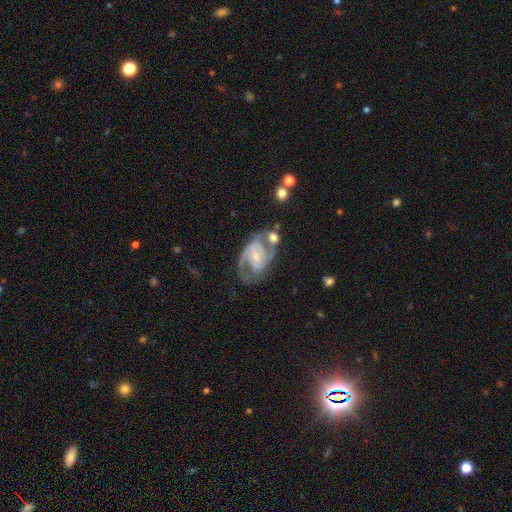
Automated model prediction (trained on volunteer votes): Smooth or featured? featured or disk (85%)
Edge-on disk? no (97%)
Bar? weak (48%)
Spiral arms? yes (94%)
Spiral winding? medium (53%)
Spiral arm count? 2 (74%)
Bulge size? small (61%)
Merging? none (47%)